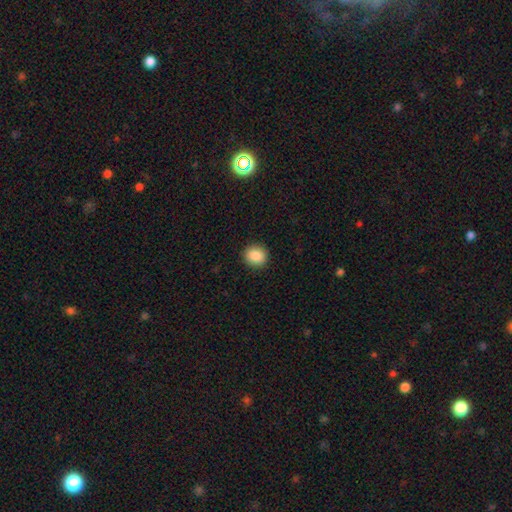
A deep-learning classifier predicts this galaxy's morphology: Smooth or featured: smooth — 88% (star or artifact — 9%)
How rounded: round — 81% (in between — 18%)
Merging: none — 91% (minor disturbance — 6%)